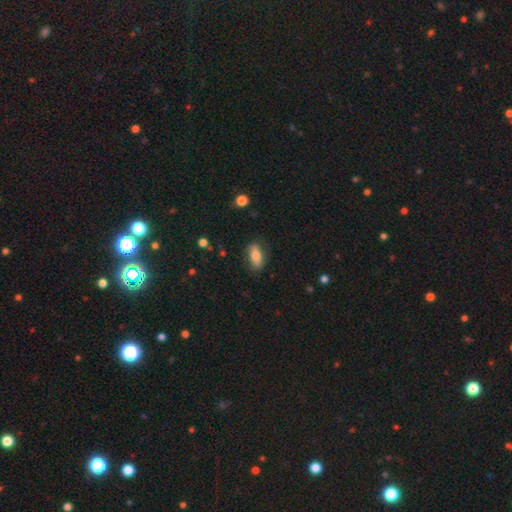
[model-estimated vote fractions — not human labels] A smooth galaxy with no disk features (74%) that is in between round and cigar-shaped (80%). Merging: none (81%).